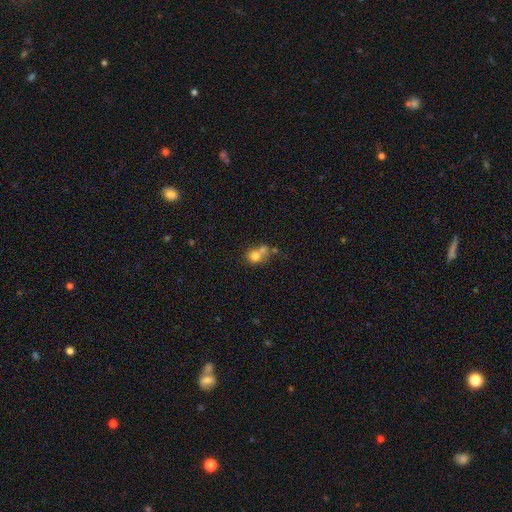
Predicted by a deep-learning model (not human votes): Smooth or featured?
  - smooth: 72% *
  - featured or disk: 15%
  - star or artifact: 12%
How rounded?
  - round: 75% *
  - in between: 24%
  - cigar-shaped: 1%
Merging?
  - merger: 53% *
  - none: 33%
  - minor disturbance: 9%
  - major disturbance: 5%